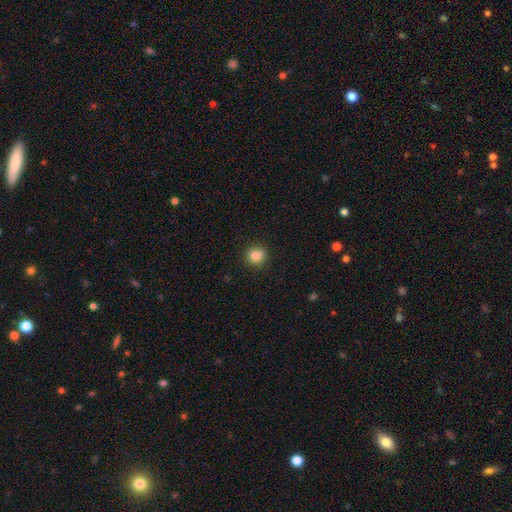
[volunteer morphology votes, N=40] type=smooth (80%); roundness=round (100%); merging=none (94%).